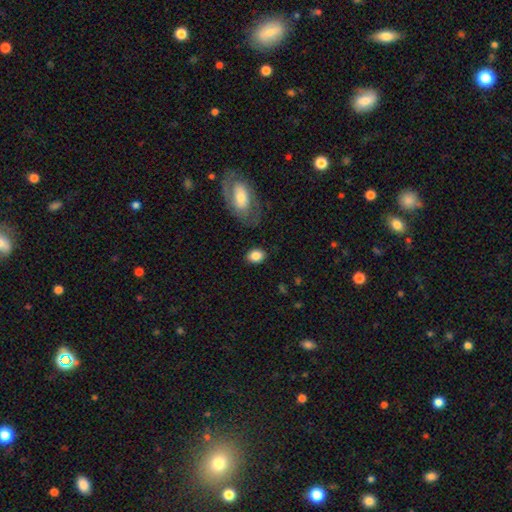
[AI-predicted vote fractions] Q: Smooth or featured?
A: smooth (85%); runner-up: star or artifact (8%)
Q: How rounded?
A: in between (67%); runner-up: round (32%)
Q: Merging?
A: none (84%); runner-up: minor disturbance (10%)